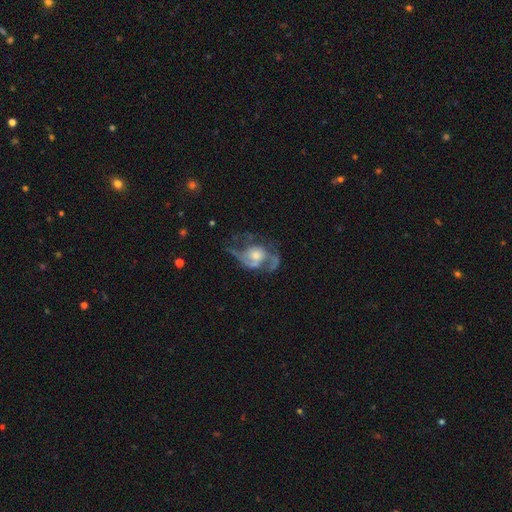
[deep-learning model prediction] This is likely a featured or disk galaxy (74%). It is clearly not viewed edge-on (97%). Bar: likely no (77%). Spiral arm pattern: likely yes (76%). Spiral arm count: marginally 2 (45%). Spiral winding: marginally medium (44%). Central bulge: possibly moderate (55%). Merging: marginally major disturbance (39%).